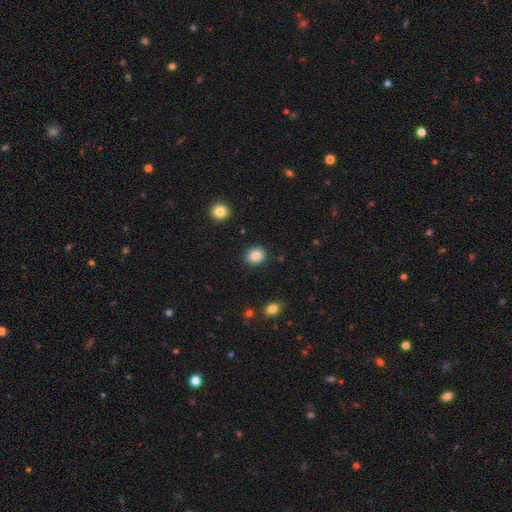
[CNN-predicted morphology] type=smooth (85%); roundness=round (75%); merging=none (90%).